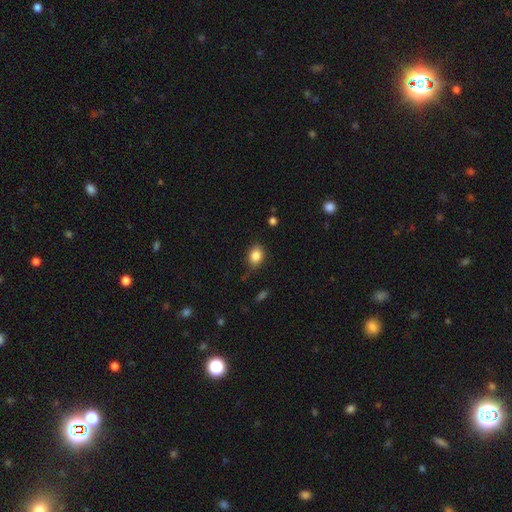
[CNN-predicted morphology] Smooth or featured? smooth (85%)
How rounded? in between (66%)
Merging? none (78%)